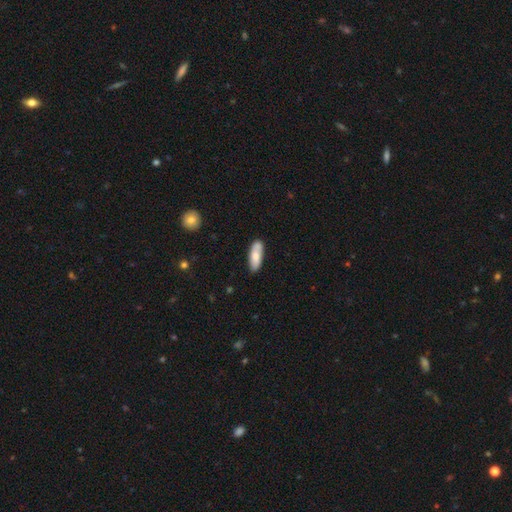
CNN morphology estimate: smooth_or_featured: smooth (p=0.75) [alt: featured or disk p=0.19]
how_rounded: in between (p=0.65) [alt: cigar-shaped p=0.33]
merging: none (p=0.75) [alt: minor disturbance p=0.17]